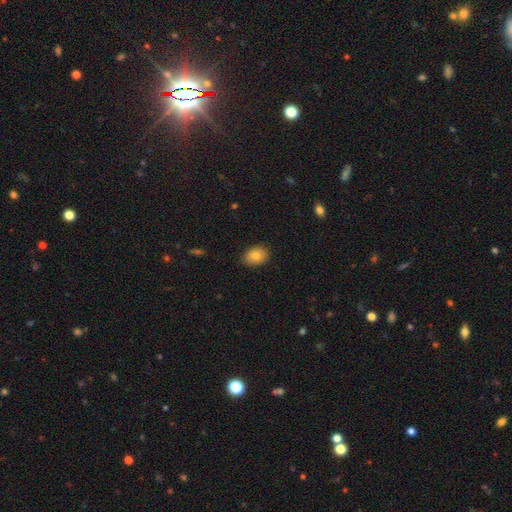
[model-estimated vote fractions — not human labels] A smooth galaxy with no disk features (79%) that is in between round and cigar-shaped (72%).

Vote fractions:
- Smooth or featured? smooth: 79% / featured or disk: 13% / star or artifact: 8%
- How rounded? in between: 72% / round: 27% / cigar-shaped: 1%
- Merging? none: 87% / minor disturbance: 10% / major disturbance: 2% / merger: 1%